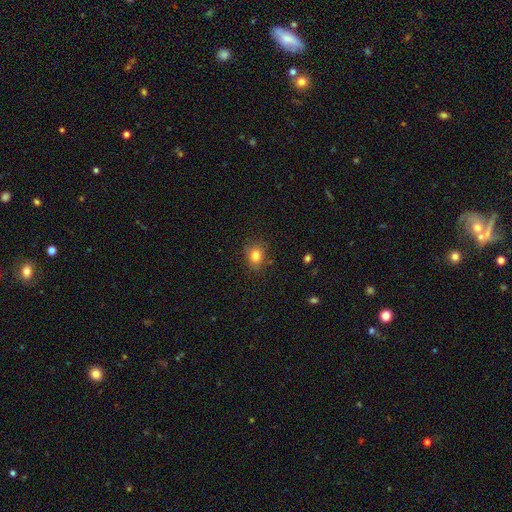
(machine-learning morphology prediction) Smooth or featured? Predicted: smooth (p=0.81). How rounded? Predicted: round (p=0.58). Merging? Predicted: none (p=0.79).